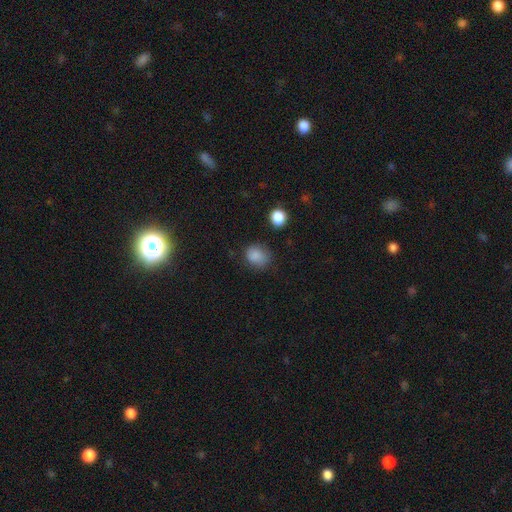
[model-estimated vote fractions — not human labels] Overall: smooth (84%). How rounded: round (60%; in between 39%). Merging: none (66%).